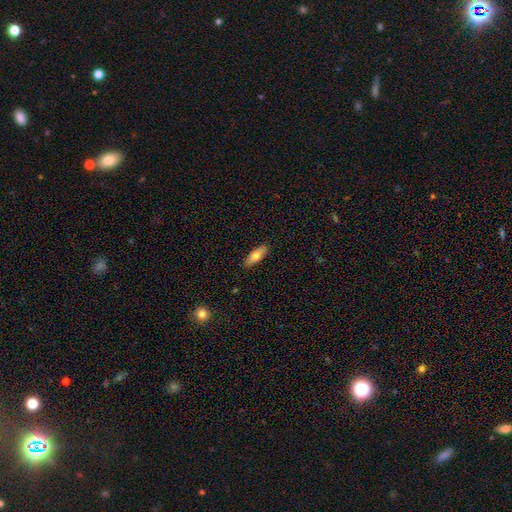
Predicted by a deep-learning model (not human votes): Smooth or featured?
  - smooth: 75% *
  - featured or disk: 19%
  - star or artifact: 6%
How rounded?
  - in between: 57% *
  - cigar-shaped: 41%
  - round: 2%
Merging?
  - none: 89% *
  - minor disturbance: 8%
  - major disturbance: 2%
  - merger: 1%